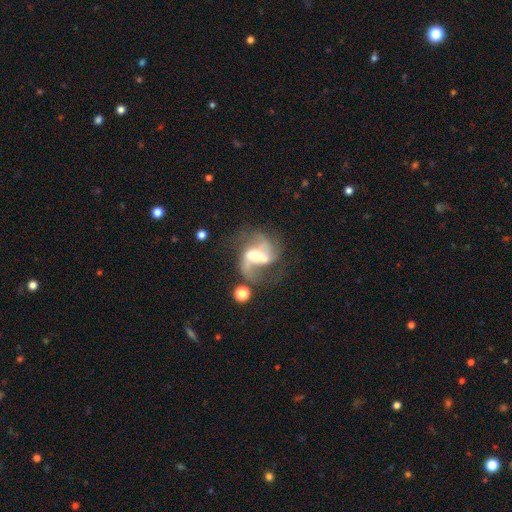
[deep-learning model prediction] Smooth or featured? Predicted: featured or disk (p=0.82). Edge-on disk? Predicted: no (p=0.97). Bar? Predicted: weak (p=0.42). Spiral arms? Predicted: yes (p=0.91). Spiral winding? Predicted: loose (p=0.60). Spiral arm count? Predicted: 2 (p=0.75). Bulge size? Predicted: moderate (p=0.57). Merging? Predicted: none (p=0.45).